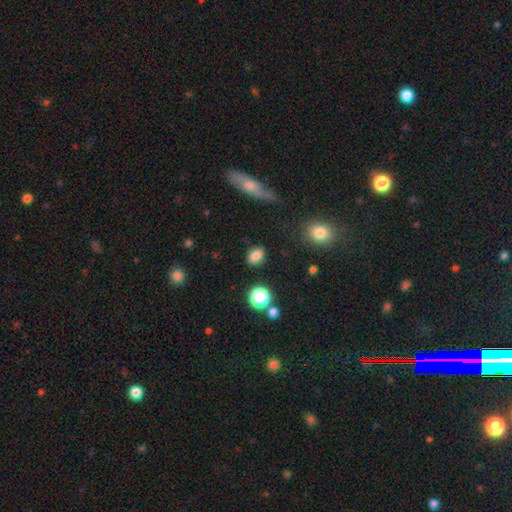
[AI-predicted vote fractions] smooth-or-featured: smooth: 82% | star or artifact: 12% | featured or disk: 7%
  how-rounded: in between: 66% | round: 32% | cigar-shaped: 2%
  merging: none: 84% | minor disturbance: 11% | major disturbance: 3% | merger: 2%